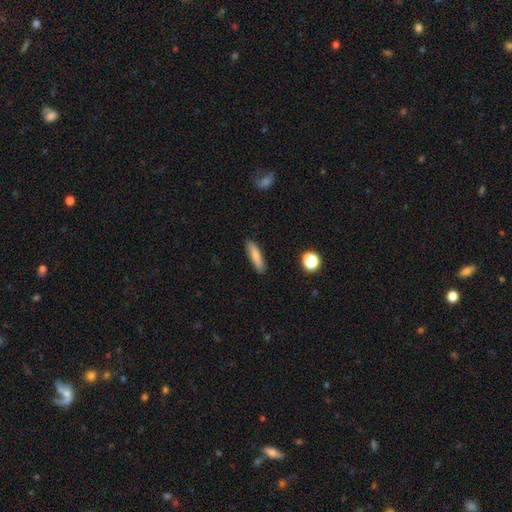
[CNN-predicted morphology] Q: Smooth or featured?
A: smooth (80%); runner-up: featured or disk (13%)
Q: How rounded?
A: cigar-shaped (71%); runner-up: in between (27%)
Q: Merging?
A: none (88%); runner-up: minor disturbance (9%)